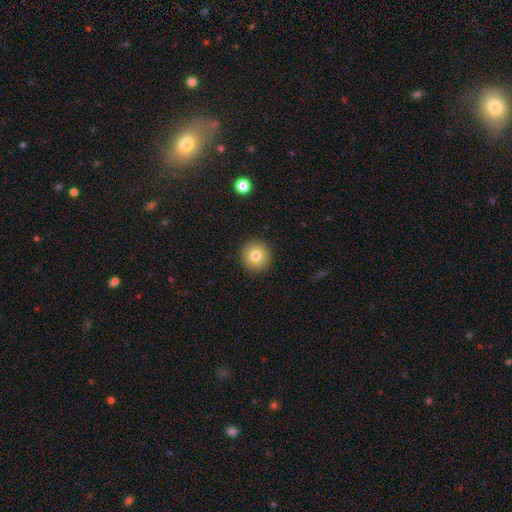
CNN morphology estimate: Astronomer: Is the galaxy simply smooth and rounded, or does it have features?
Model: smooth — 80%.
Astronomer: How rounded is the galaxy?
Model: round — 95%.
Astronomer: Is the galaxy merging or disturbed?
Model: none — 92%.